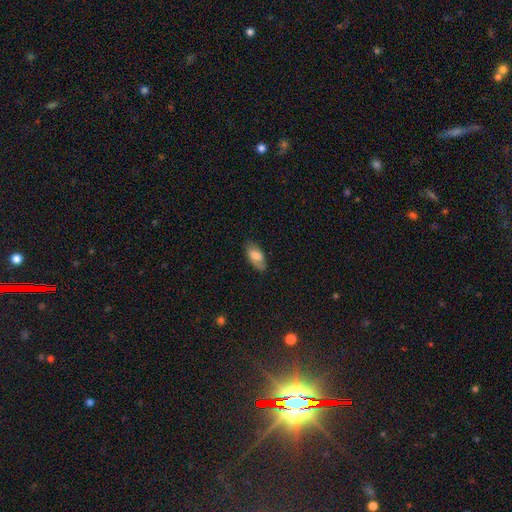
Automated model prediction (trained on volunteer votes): Q: Smooth or featured?
A: smooth (74%); runner-up: featured or disk (20%)
Q: How rounded?
A: in between (90%); runner-up: cigar-shaped (8%)
Q: Merging?
A: none (79%); runner-up: minor disturbance (17%)